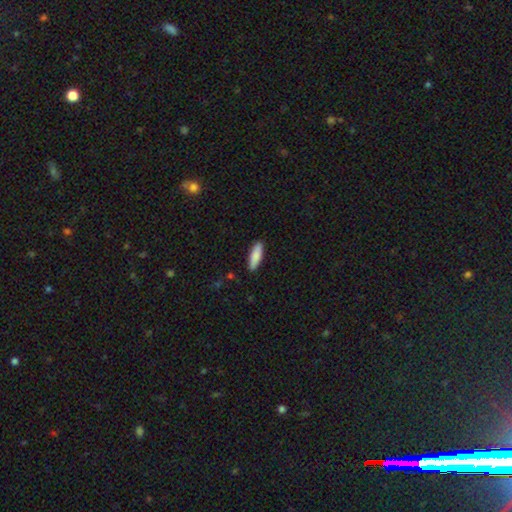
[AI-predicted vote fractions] This is clearly a smooth galaxy (87%). How rounded: possibly cigar-shaped (51%). Merging: clearly none (89%).